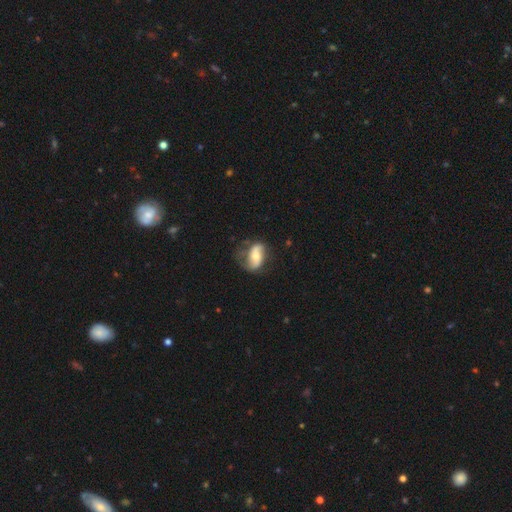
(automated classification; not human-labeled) smooth-or-featured: featured or disk: 60% | smooth: 33% | star or artifact: 7%
  disk-edge-on: no: 94% | yes: 6%
    bar: no: 49% | weak: 28% | strong: 23%
    has-spiral-arms: yes: 78% | no: 22%
    bulge-size: moderate: 64% | small: 26% | large: 7% | none: 2% | dominant: 1%
  merging: none: 54% | minor disturbance: 27% | major disturbance: 16% | merger: 2%